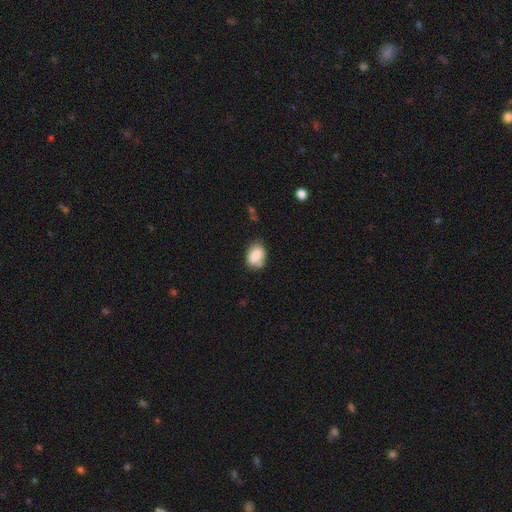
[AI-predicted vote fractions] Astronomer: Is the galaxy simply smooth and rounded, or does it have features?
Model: smooth — 78%.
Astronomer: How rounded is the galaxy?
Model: in between — 82%.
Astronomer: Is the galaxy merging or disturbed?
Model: none — 56%.